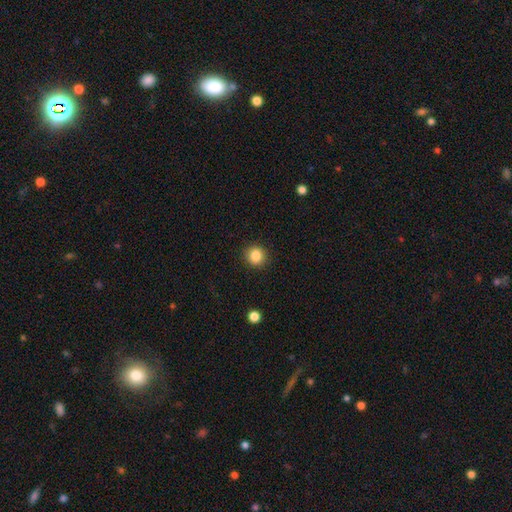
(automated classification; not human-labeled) Smooth or featured: smooth — 85% (star or artifact — 10%)
How rounded: round — 92% (in between — 7%)
Merging: none — 91% (minor disturbance — 6%)